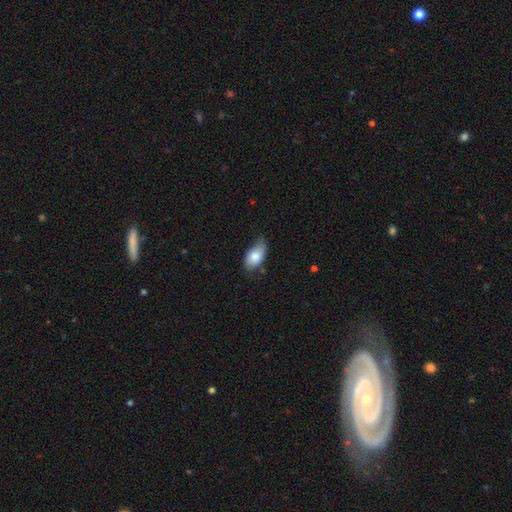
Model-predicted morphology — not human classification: Q: Smooth or featured?
A: smooth (77%); runner-up: featured or disk (16%)
Q: How rounded?
A: in between (92%); runner-up: round (5%)
Q: Merging?
A: none (55%); runner-up: minor disturbance (35%)